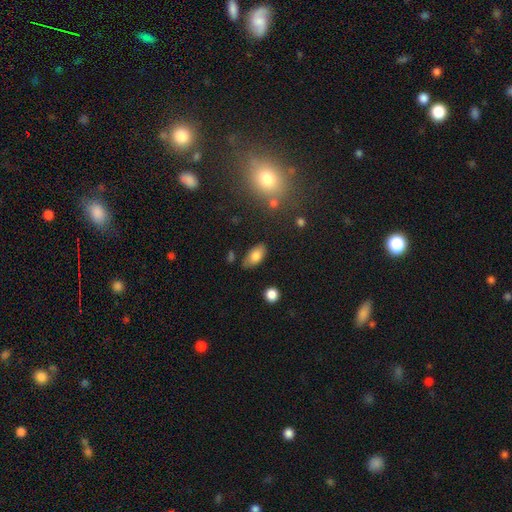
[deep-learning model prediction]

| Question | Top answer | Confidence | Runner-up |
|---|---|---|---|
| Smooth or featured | smooth | 80% | featured or disk (11%) |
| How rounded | in between | 92% | round (4%) |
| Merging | none | 75% | minor disturbance (18%) |